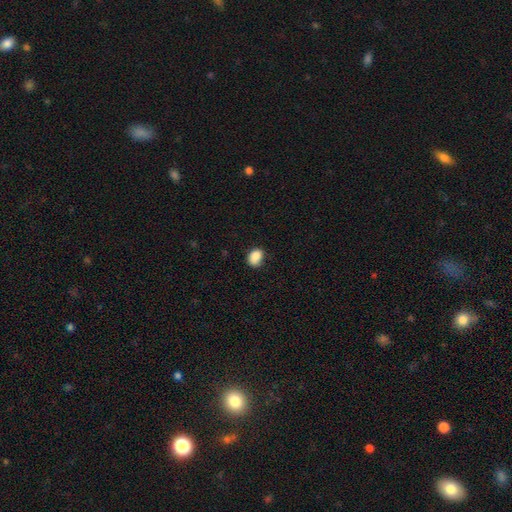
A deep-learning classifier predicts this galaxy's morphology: This is clearly a smooth galaxy (87%). How rounded: likely in between (67%). Merging: likely none (74%).